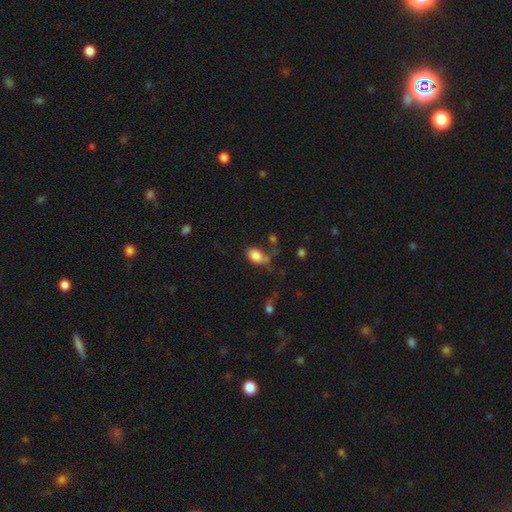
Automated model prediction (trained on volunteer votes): Smooth or featured?
  - smooth: 83% *
  - star or artifact: 9%
  - featured or disk: 8%
How rounded?
  - in between: 85% *
  - round: 13%
  - cigar-shaped: 2%
Merging?
  - none: 45% *
  - minor disturbance: 24%
  - major disturbance: 18%
  - merger: 14%